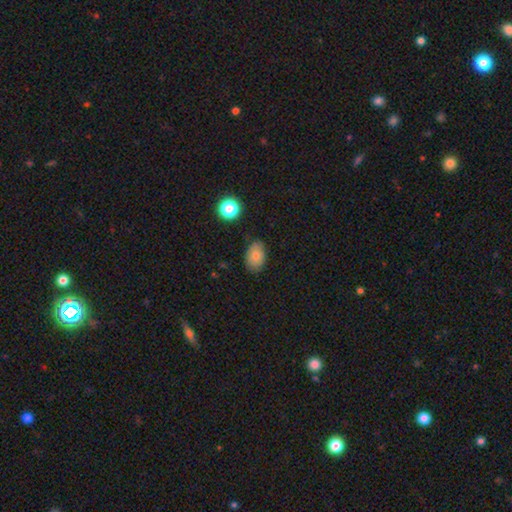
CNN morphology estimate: A smooth galaxy with no disk features (79%) that is in between round and cigar-shaped (84%).

Vote fractions:
- Smooth or featured? smooth: 79% / featured or disk: 12% / star or artifact: 9%
- How rounded? in between: 84% / round: 15% / cigar-shaped: 1%
- Merging? none: 80% / minor disturbance: 15% / major disturbance: 3% / merger: 2%